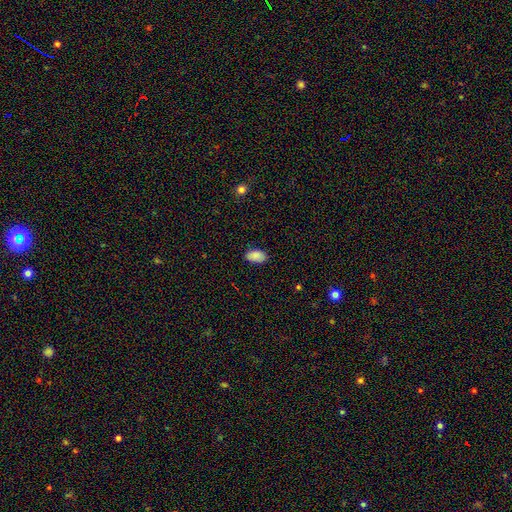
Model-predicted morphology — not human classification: Smooth or featured?
  - smooth: 88% *
  - star or artifact: 7%
  - featured or disk: 4%
How rounded?
  - in between: 94% *
  - round: 5%
  - cigar-shaped: 1%
Merging?
  - none: 86% *
  - minor disturbance: 11%
  - major disturbance: 2%
  - merger: 1%